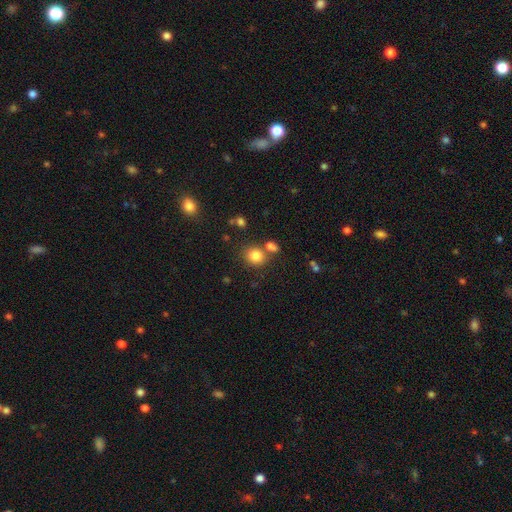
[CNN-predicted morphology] A smooth galaxy with no disk features (82%) that is round (71%). Merging: none (68%).